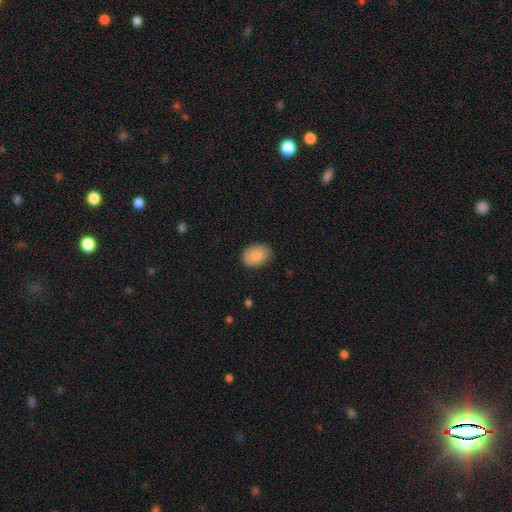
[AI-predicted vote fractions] Smooth or featured? smooth (86%)
How rounded? in between (75%)
Merging? none (84%)